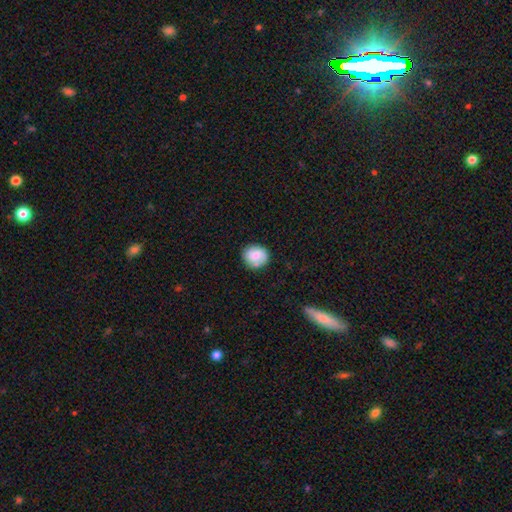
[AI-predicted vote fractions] The model was most divided on "smooth or featured": smooth: 76%, featured or disk: 16%, star or artifact: 8%. More confident: how rounded — round (84%); merging — none (79%).